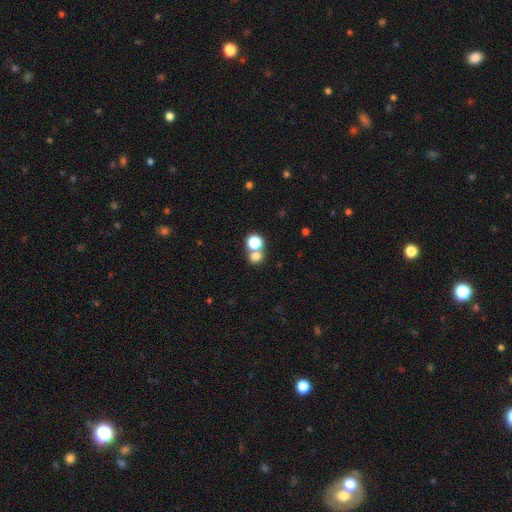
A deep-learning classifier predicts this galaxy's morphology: smooth-or-featured: smooth: 73% | star or artifact: 19% | featured or disk: 8%
  how-rounded: round: 80% | in between: 19% | cigar-shaped: 1%
  merging: none: 52% | merger: 38% | minor disturbance: 6% | major disturbance: 3%